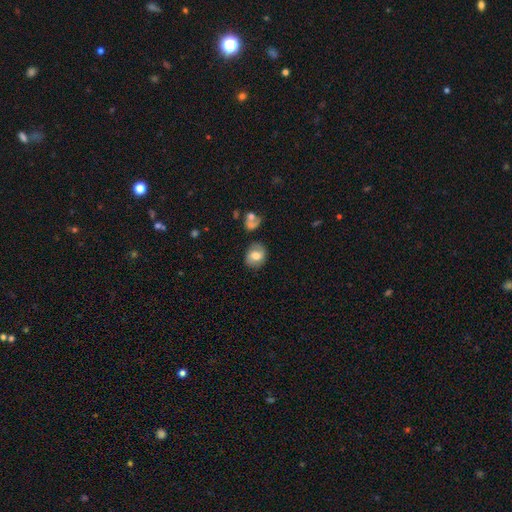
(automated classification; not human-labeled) smooth_or_featured: smooth (p=0.53) [alt: featured or disk p=0.39]
how_rounded: round (p=0.58) [alt: in between p=0.41]
merging: none (p=0.72) [alt: minor disturbance p=0.17]